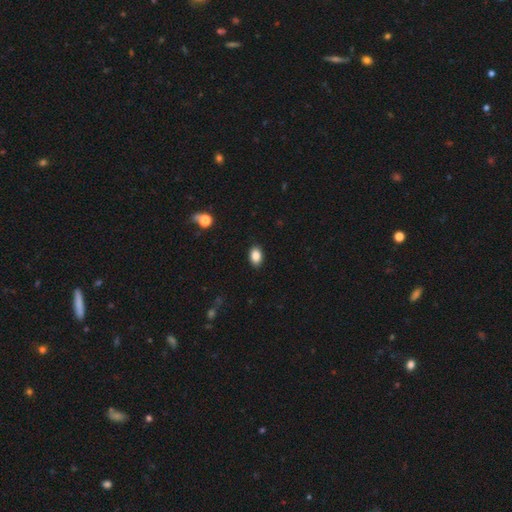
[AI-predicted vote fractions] Overall: smooth (87%). How rounded: in between (84%). Merging: none (89%).